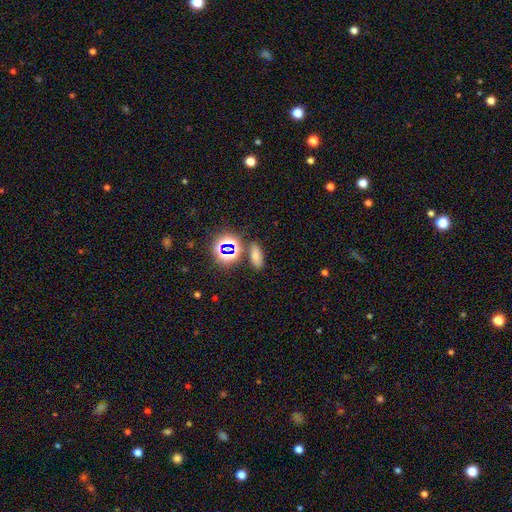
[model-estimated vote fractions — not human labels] A smooth galaxy with no disk features (64%) that is in between round and cigar-shaped (76%).

Vote fractions:
- Smooth or featured? smooth: 64% / star or artifact: 27% / featured or disk: 9%
- How rounded? in between: 76% / cigar-shaped: 13% / round: 11%
- Merging? none: 79% / minor disturbance: 10% / merger: 8% / major disturbance: 3%